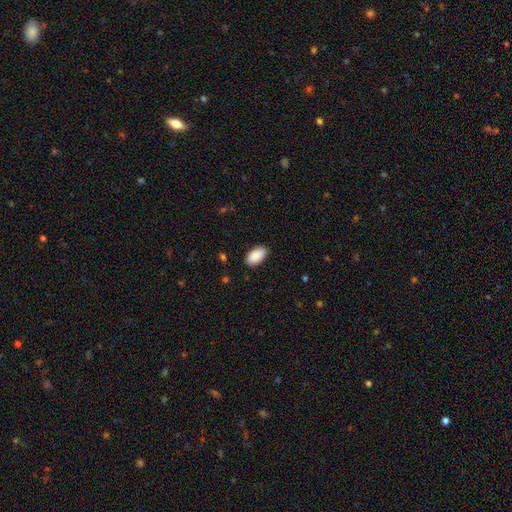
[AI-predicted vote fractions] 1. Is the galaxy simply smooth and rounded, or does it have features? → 91% smooth, 6% star or artifact, 3% featured or disk.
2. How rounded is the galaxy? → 96% in between, 3% round, 2% cigar-shaped.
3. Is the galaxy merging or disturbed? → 88% none, 9% minor disturbance, 2% major disturbance, 1% merger.